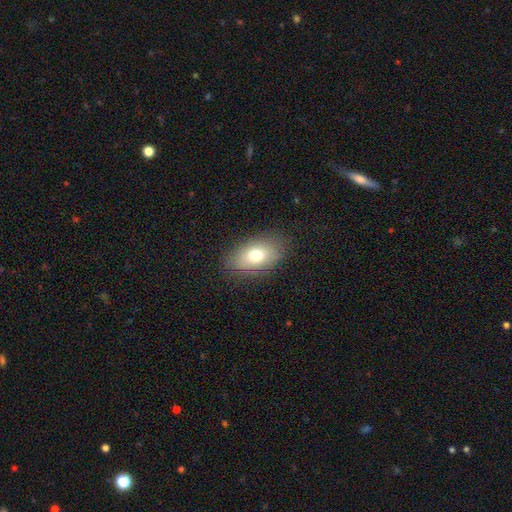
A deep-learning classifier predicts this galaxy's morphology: A smooth galaxy with no disk features (74%) that is in between round and cigar-shaped (89%).

Vote fractions:
- Smooth or featured? smooth: 74% / featured or disk: 16% / star or artifact: 9%
- How rounded? in between: 89% / round: 9% / cigar-shaped: 2%
- Merging? none: 83% / minor disturbance: 12% / major disturbance: 4% / merger: 1%